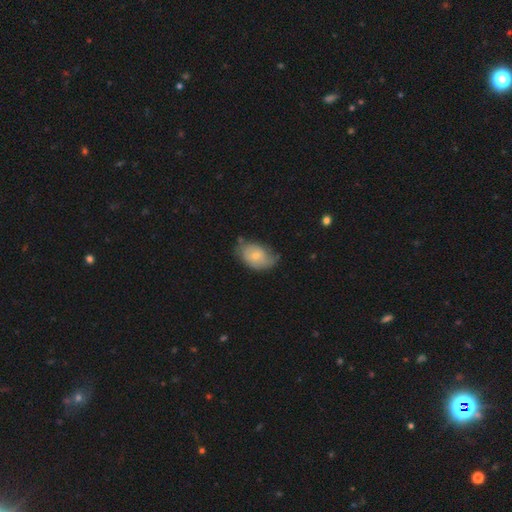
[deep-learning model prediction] A smooth galaxy with no disk features (62%) that is in between round and cigar-shaped (84%).

Vote fractions:
- Smooth or featured? smooth: 62% / featured or disk: 30% / star or artifact: 7%
- How rounded? in between: 84% / round: 15% / cigar-shaped: 1%
- Merging? none: 51% / minor disturbance: 35% / major disturbance: 11% / merger: 3%